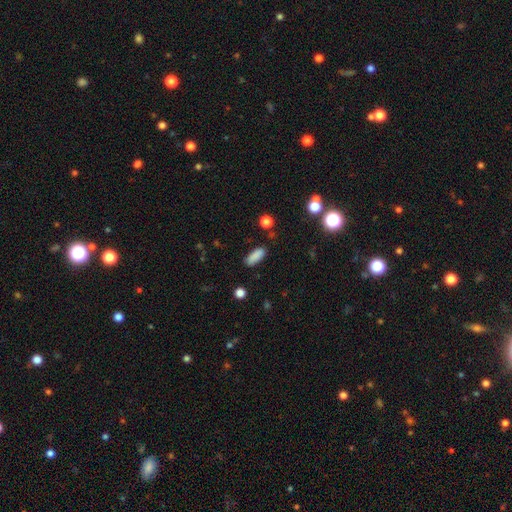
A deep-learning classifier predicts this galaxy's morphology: Smooth or featured: smooth — 87% (star or artifact — 9%)
How rounded: in between — 73% (cigar-shaped — 25%)
Merging: none — 85% (minor disturbance — 11%)